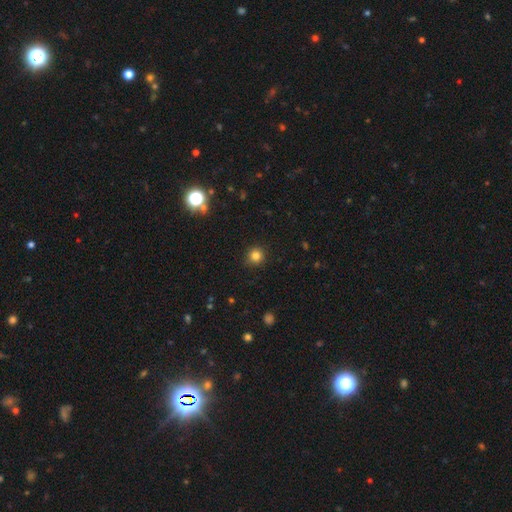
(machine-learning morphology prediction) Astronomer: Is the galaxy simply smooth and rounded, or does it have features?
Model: smooth — 82%.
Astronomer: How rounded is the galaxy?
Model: round — 93%.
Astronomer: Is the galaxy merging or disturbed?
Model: none — 89%.